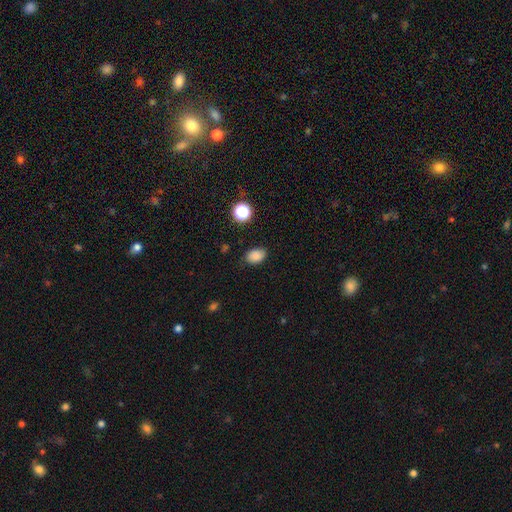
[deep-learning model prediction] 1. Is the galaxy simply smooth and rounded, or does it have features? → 84% smooth, 11% star or artifact, 5% featured or disk.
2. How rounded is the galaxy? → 79% in between, 20% round, 1% cigar-shaped.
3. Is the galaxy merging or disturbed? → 82% none, 14% minor disturbance, 3% major disturbance, 1% merger.